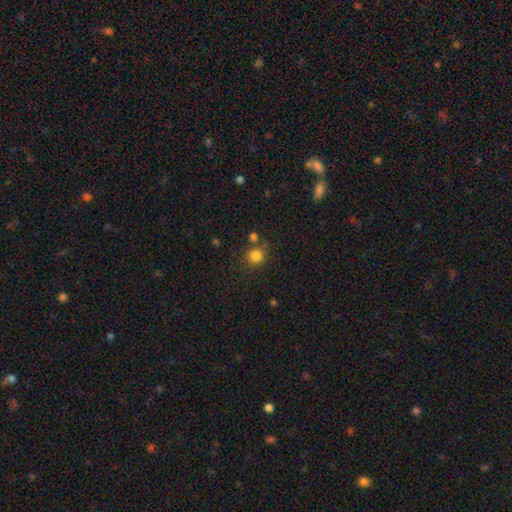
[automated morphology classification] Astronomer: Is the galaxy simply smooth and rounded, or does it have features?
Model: smooth — 82%.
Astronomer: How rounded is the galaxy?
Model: round — 86%.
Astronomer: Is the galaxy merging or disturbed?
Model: none — 74%.